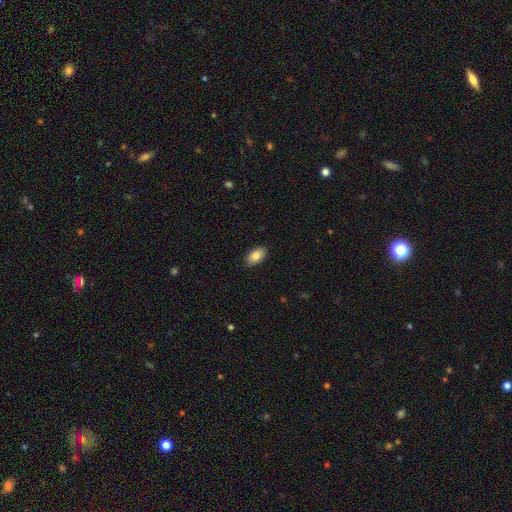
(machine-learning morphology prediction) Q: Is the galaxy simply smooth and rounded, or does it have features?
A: smooth — 85%.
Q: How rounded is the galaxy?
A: in between — 93%.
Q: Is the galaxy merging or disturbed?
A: none — 88%.